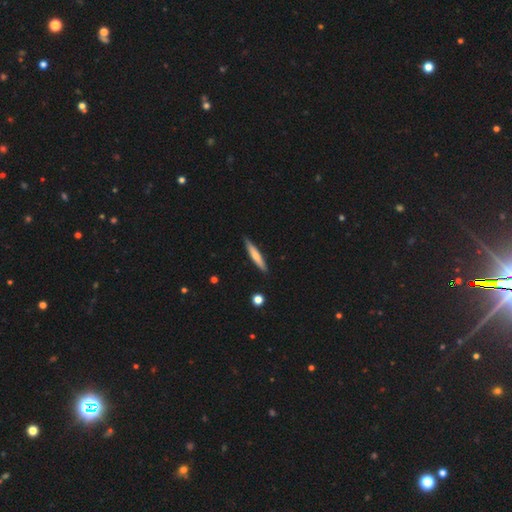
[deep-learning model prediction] A smooth galaxy with no disk features (59%) that is cigar-shaped (91%).

Vote fractions:
- Smooth or featured? smooth: 59% / featured or disk: 35% / star or artifact: 6%
- How rounded? cigar-shaped: 91% / in between: 8% / round: 1%
- Merging? none: 88% / minor disturbance: 9% / major disturbance: 2% / merger: 1%